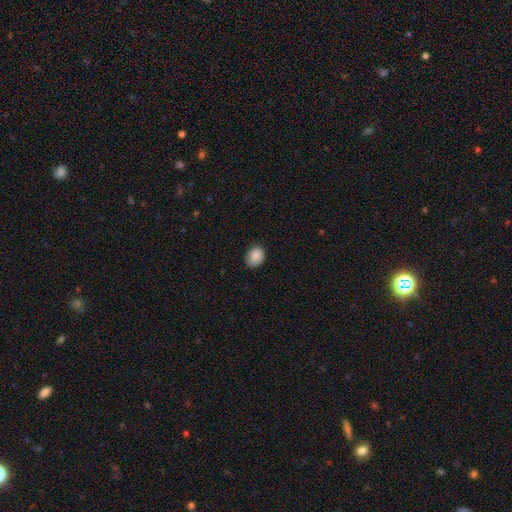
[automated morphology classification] Smooth or featured: smooth — 88% (star or artifact — 8%)
How rounded: in between — 60% (round — 39%)
Merging: none — 80% (minor disturbance — 16%)